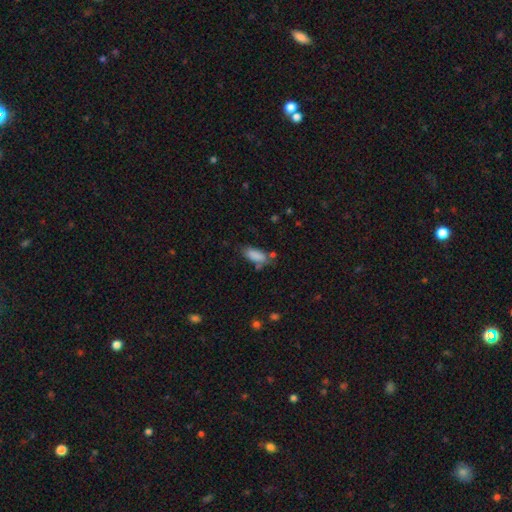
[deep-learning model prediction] A smooth galaxy with no disk features (85%) that is in between round and cigar-shaped (85%).

Vote fractions:
- Smooth or featured? smooth: 85% / star or artifact: 8% / featured or disk: 6%
- How rounded? in between: 85% / cigar-shaped: 12% / round: 3%
- Merging? none: 59% / minor disturbance: 24% / merger: 10% / major disturbance: 8%